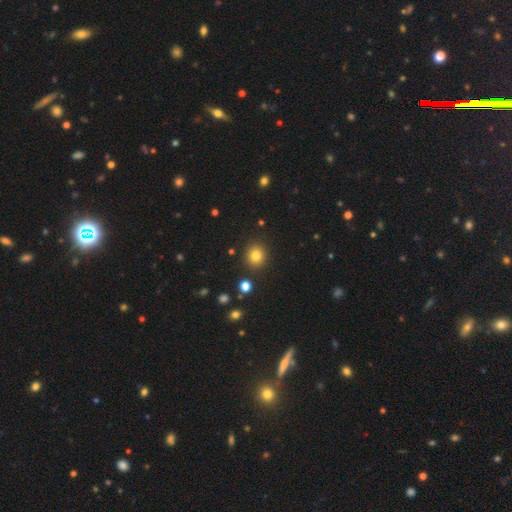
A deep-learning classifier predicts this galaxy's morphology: This appears to be a smooth galaxy with no disk features (81%) that is round (84%). Merging: none (89%).